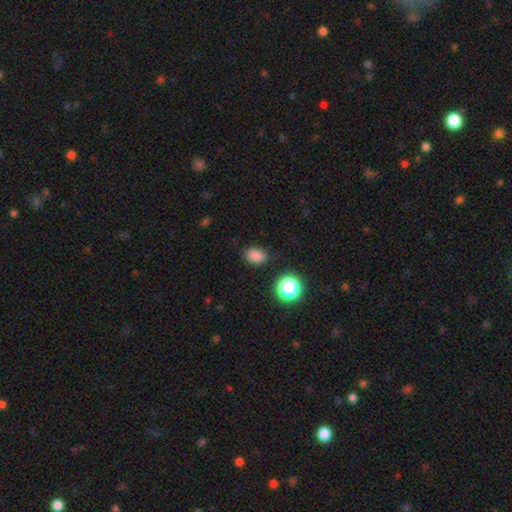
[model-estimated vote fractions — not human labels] A smooth galaxy with no disk features (81%) that is in between round and cigar-shaped (71%).

Vote fractions:
- Smooth or featured? smooth: 81% / star or artifact: 14% / featured or disk: 4%
- How rounded? in between: 71% / round: 28% / cigar-shaped: 1%
- Merging? none: 83% / minor disturbance: 12% / major disturbance: 3% / merger: 2%